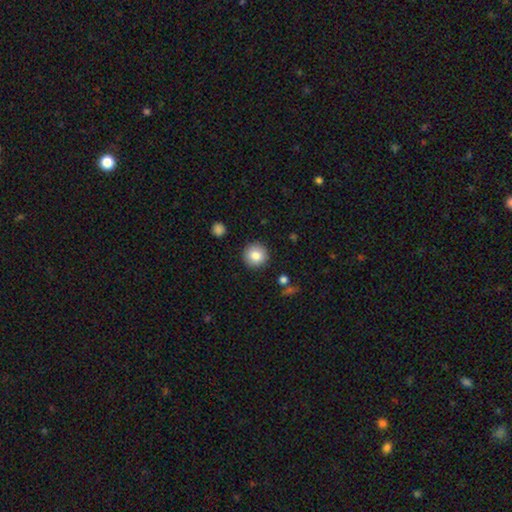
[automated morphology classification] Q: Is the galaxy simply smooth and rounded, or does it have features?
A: smooth — 82%.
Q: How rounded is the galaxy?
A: round — 95%.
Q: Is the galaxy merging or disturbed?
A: none — 91%.